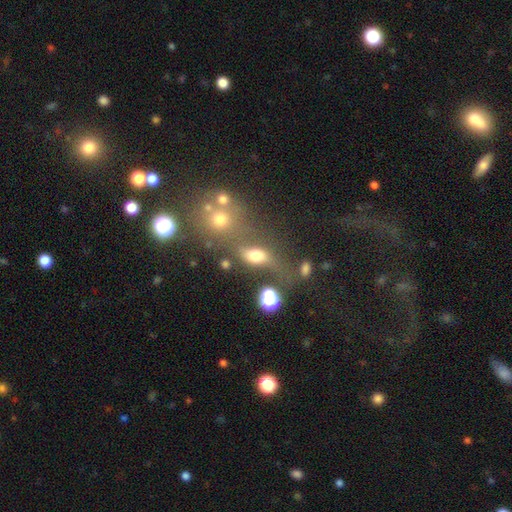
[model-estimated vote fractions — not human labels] Overall: smooth (65%). How rounded: in between (68%). Merging: none (39%; merger 29%).